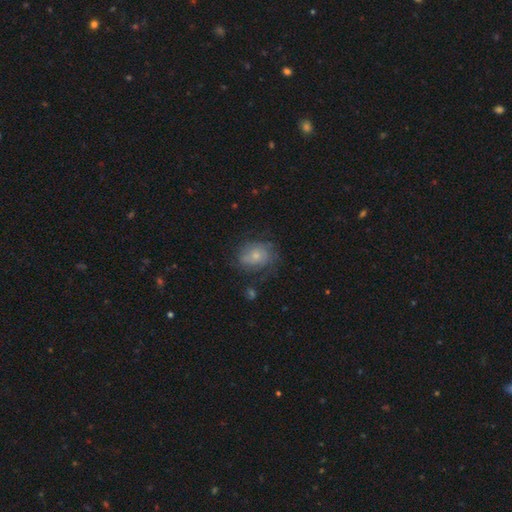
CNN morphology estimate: Q: Smooth or featured?
A: smooth (54%); runner-up: featured or disk (36%)
Q: How rounded?
A: round (55%); runner-up: in between (44%)
Q: Merging?
A: none (59%); runner-up: minor disturbance (25%)